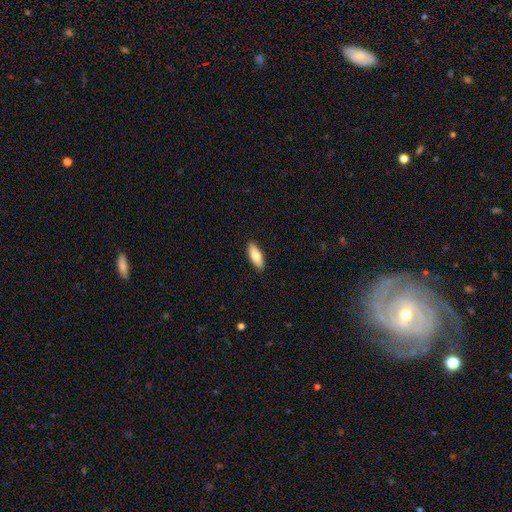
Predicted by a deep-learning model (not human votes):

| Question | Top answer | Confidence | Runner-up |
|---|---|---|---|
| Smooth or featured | smooth | 75% | featured or disk (19%) |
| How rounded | in between | 68% | cigar-shaped (29%) |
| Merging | none | 90% | minor disturbance (8%) |